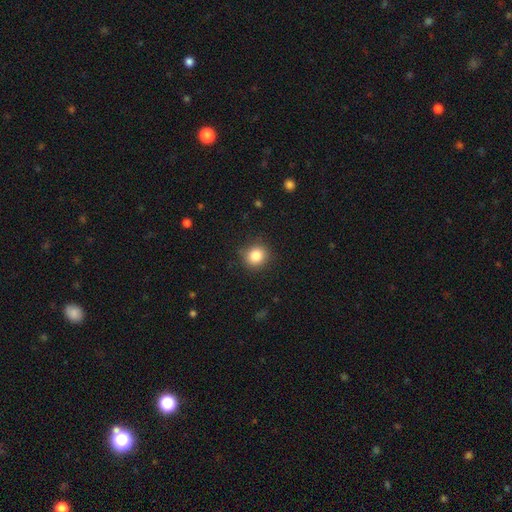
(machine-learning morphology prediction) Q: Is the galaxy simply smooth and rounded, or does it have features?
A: smooth — 84%.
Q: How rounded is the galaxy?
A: round — 87%.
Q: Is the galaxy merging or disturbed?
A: none — 86%.